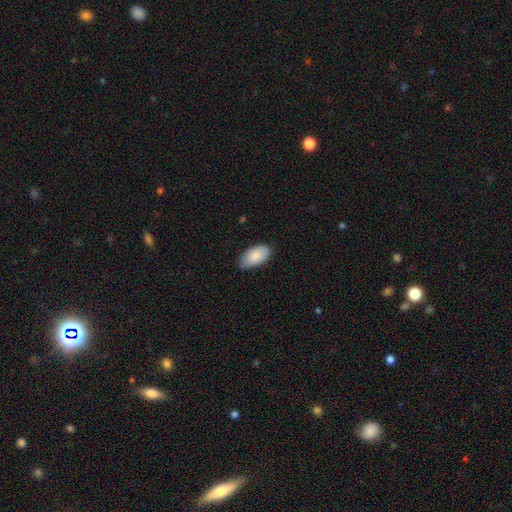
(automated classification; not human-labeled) Morphology: type=smooth (87%); roundness=in between (95%); merging=none (74%).